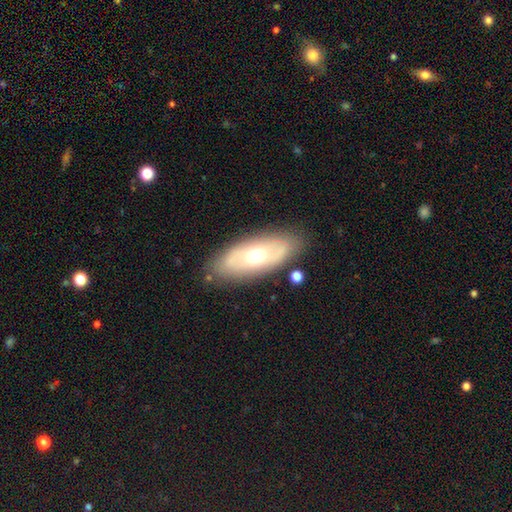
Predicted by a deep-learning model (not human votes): Morphology: type=smooth (47%); merging=none (82%).